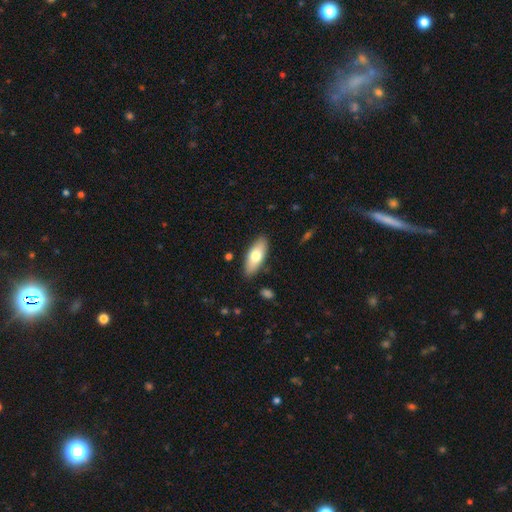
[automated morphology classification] Q: Smooth or featured?
A: smooth (71%); runner-up: featured or disk (23%)
Q: How rounded?
A: in between (78%); runner-up: cigar-shaped (20%)
Q: Merging?
A: none (87%); runner-up: minor disturbance (10%)